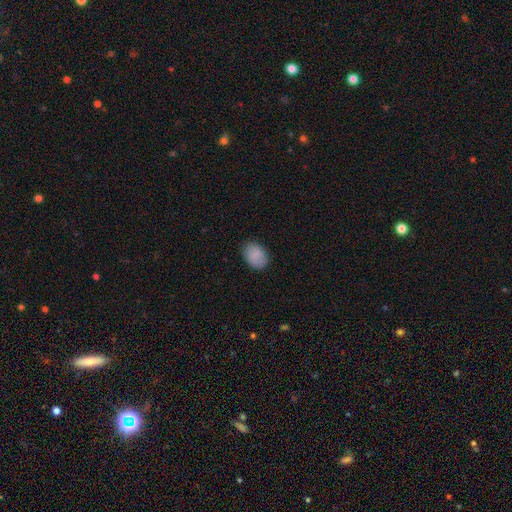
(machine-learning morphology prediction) smooth_or_featured: smooth (p=0.87) [alt: star or artifact p=0.08]
how_rounded: in between (p=0.77) [alt: round p=0.22]
merging: none (p=0.83) [alt: minor disturbance p=0.14]